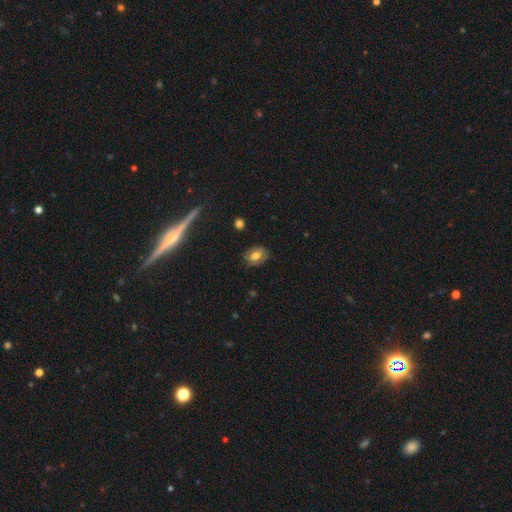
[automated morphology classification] smooth_or_featured: smooth (p=0.70) [alt: featured or disk p=0.20]
how_rounded: in between (p=0.65) [alt: round p=0.33]
merging: none (p=0.85) [alt: minor disturbance p=0.11]